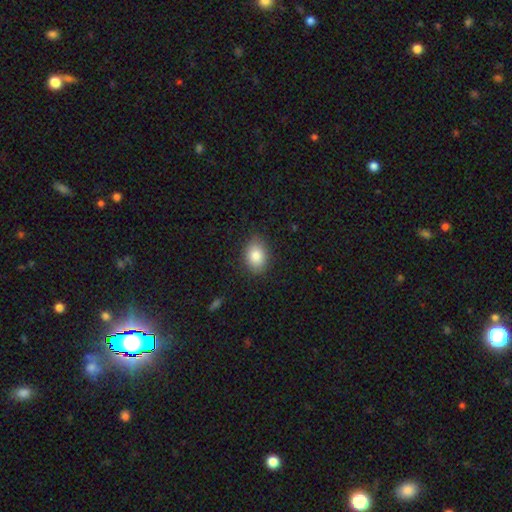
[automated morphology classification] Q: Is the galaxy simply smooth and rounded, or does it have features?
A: smooth — 84%.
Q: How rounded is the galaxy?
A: in between — 74%.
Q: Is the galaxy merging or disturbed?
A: none — 84%.